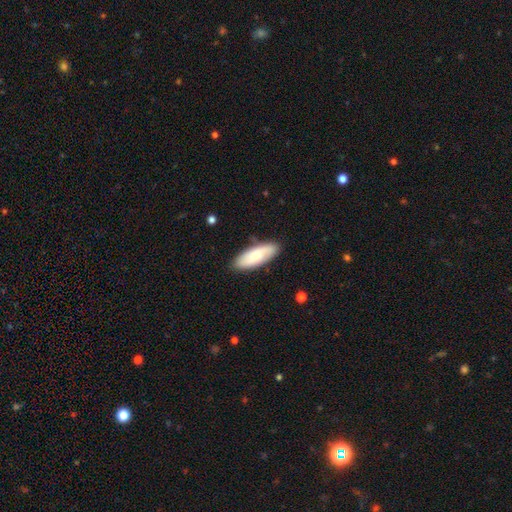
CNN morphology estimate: A smooth galaxy with no disk features (70%) that is in between round and cigar-shaped (74%).

Vote fractions:
- Smooth or featured? smooth: 70% / featured or disk: 25% / star or artifact: 5%
- How rounded? in between: 74% / cigar-shaped: 24% / round: 2%
- Merging? none: 85% / minor disturbance: 11% / major disturbance: 2% / merger: 1%